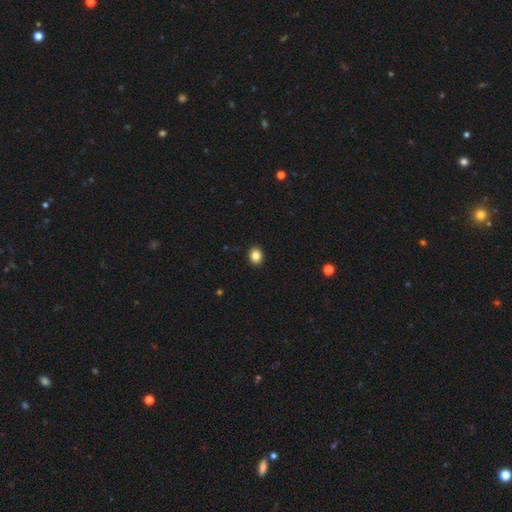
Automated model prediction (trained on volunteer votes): This appears to be a smooth galaxy with no disk features (85%) that is round (63%). Merging: none (92%).